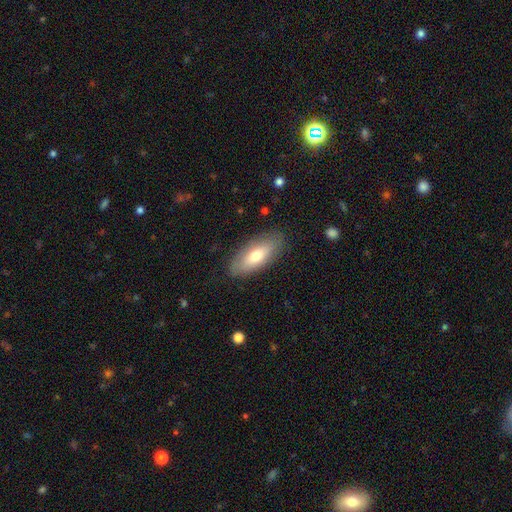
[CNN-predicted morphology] type=smooth (69%); roundness=in between (79%); merging=none (84%).